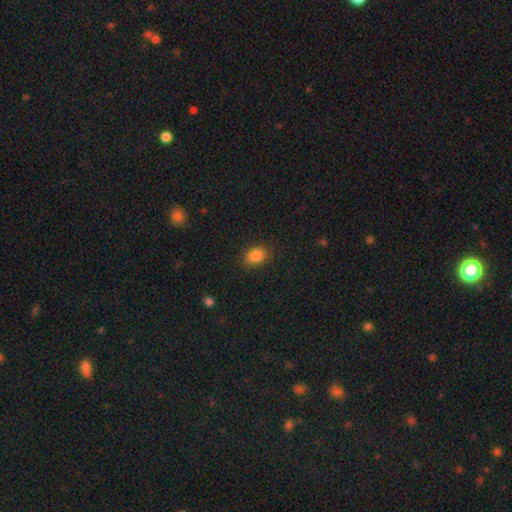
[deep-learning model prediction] This is clearly a smooth galaxy (84%). How rounded: possibly in between (60%). Merging: clearly none (86%).